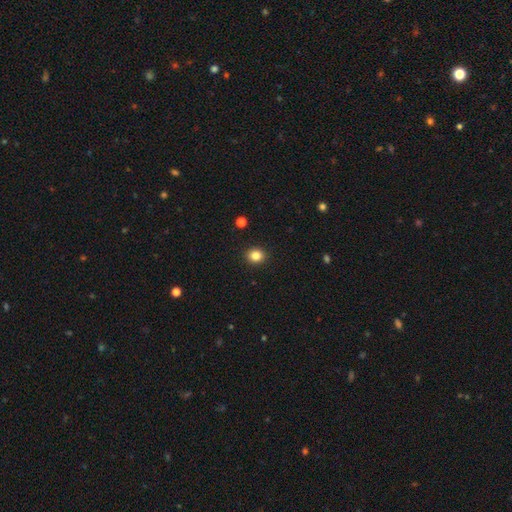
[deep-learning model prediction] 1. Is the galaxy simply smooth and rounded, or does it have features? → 84% smooth, 11% star or artifact, 5% featured or disk.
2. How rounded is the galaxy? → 77% round, 22% in between, 1% cigar-shaped.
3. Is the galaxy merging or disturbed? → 92% none, 5% minor disturbance, 2% major disturbance, 1% merger.